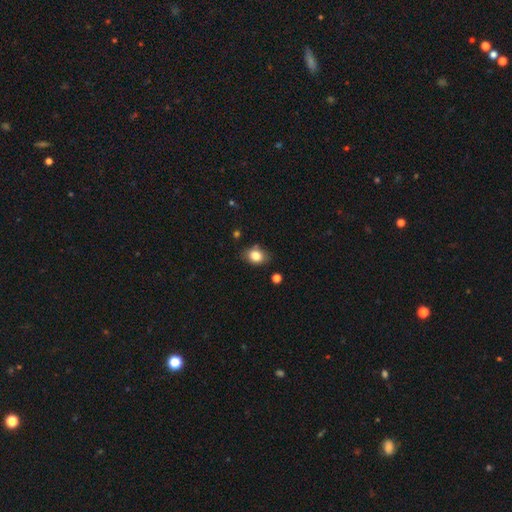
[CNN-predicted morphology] Smooth or featured? Predicted: smooth (p=0.83). How rounded? Predicted: in between (p=0.61). Merging? Predicted: none (p=0.77).